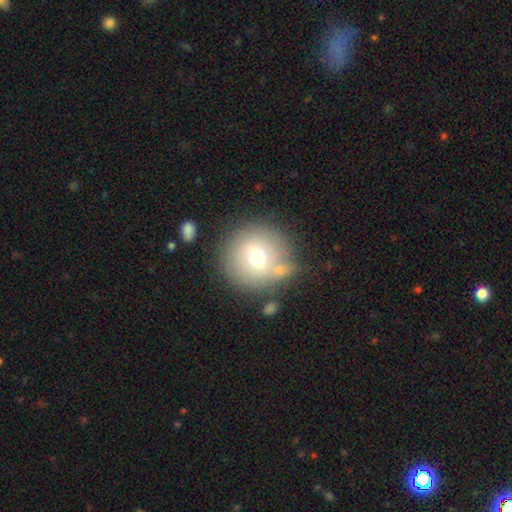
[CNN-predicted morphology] This is likely a smooth galaxy (68%). How rounded: clearly round (94%). Merging: likely none (71%).